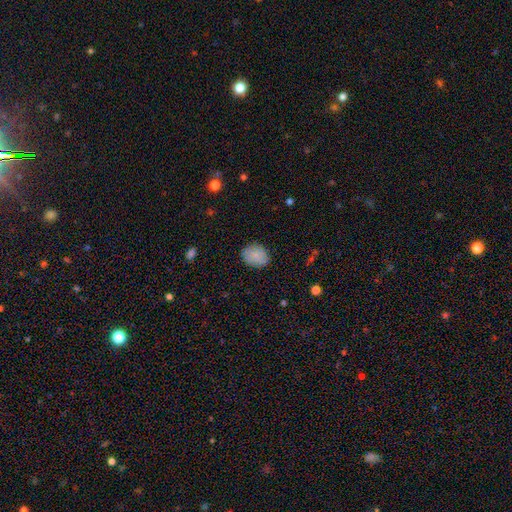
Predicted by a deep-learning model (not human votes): smooth_or_featured: smooth (p=0.79) [alt: featured or disk p=0.13]
how_rounded: in between (p=0.58) [alt: round p=0.41]
merging: none (p=0.82) [alt: minor disturbance p=0.14]